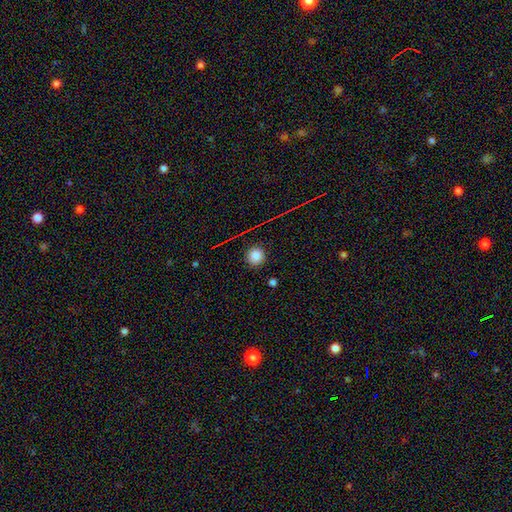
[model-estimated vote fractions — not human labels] Q: Smooth or featured?
A: smooth (80%); runner-up: star or artifact (14%)
Q: How rounded?
A: round (93%); runner-up: in between (6%)
Q: Merging?
A: none (89%); runner-up: minor disturbance (7%)